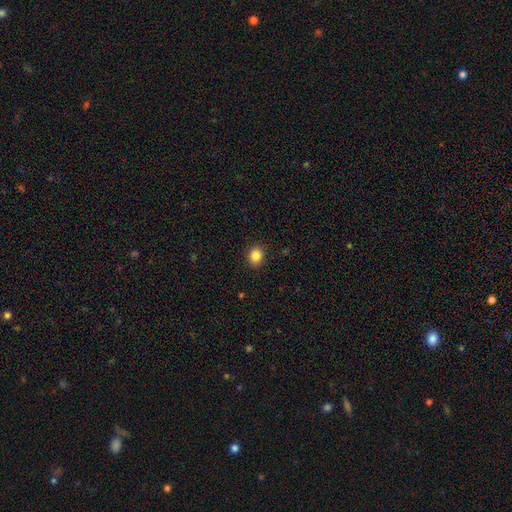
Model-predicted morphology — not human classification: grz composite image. It shows a smooth galaxy with no disk features (86%) that is round (62%). Merging: none (90%).